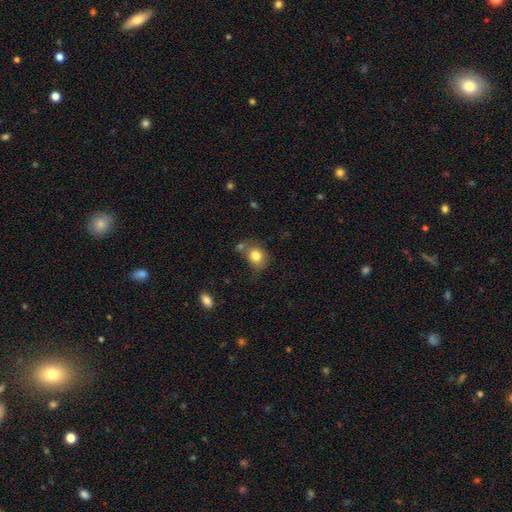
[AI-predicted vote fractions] Overall: smooth (80%). How rounded: round (61%; in between 38%). Merging: none (56%; minor disturbance 20%).